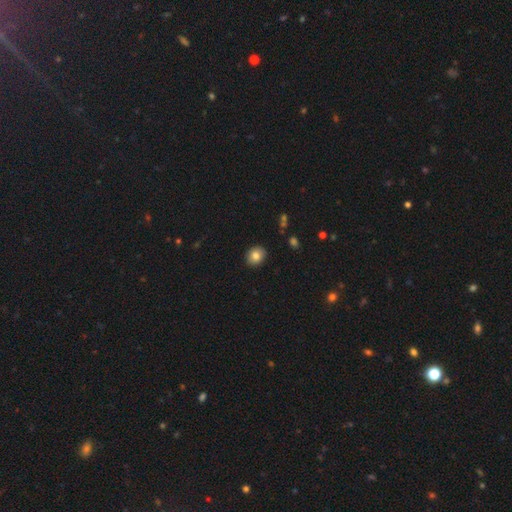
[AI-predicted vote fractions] Smooth or featured? smooth (83%)
How rounded? round (56%)
Merging? none (90%)